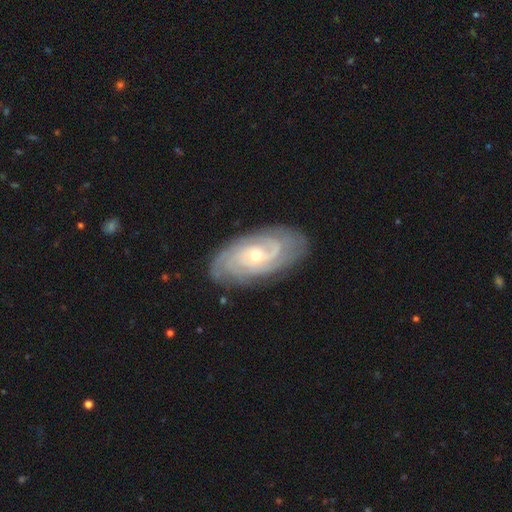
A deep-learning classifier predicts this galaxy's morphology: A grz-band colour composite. It shows a featured or disk galaxy (87%) with no bar (64%), tight (71%) spiral arms (97%) and a small central bulge (54%). Merging: none (81%).